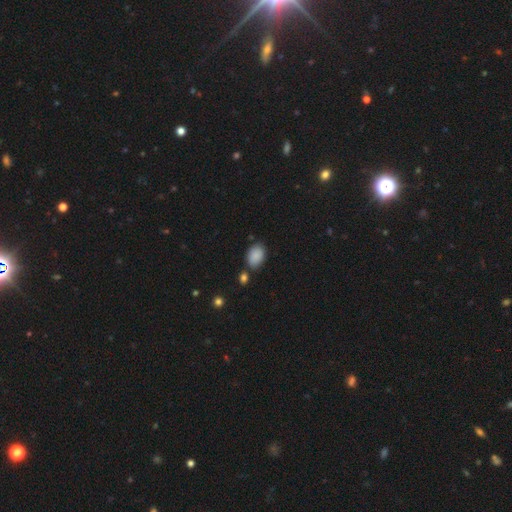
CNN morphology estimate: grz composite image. It shows a smooth galaxy with no disk features (87%) that is in between round and cigar-shaped (82%). Merging: none (73%).